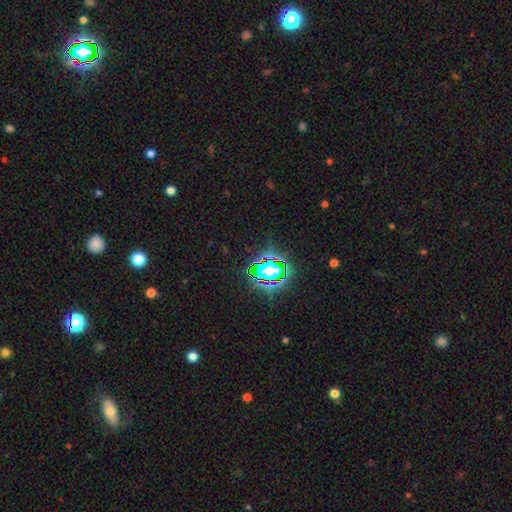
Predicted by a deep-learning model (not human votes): A star or artifact, not a galaxy (80%).

Vote fractions:
- Smooth or featured? star or artifact: 80% / smooth: 13% / featured or disk: 8%